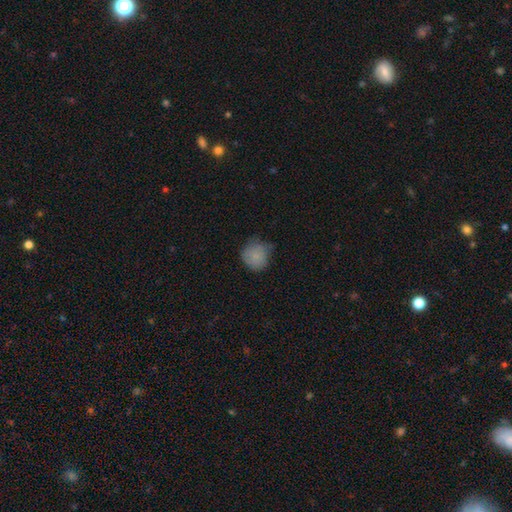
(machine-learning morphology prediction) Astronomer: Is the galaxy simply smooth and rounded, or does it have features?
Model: smooth — 80%.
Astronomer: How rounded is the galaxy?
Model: round — 83%.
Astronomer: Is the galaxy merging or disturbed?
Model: none — 48% (runner-up: minor disturbance, 39%).